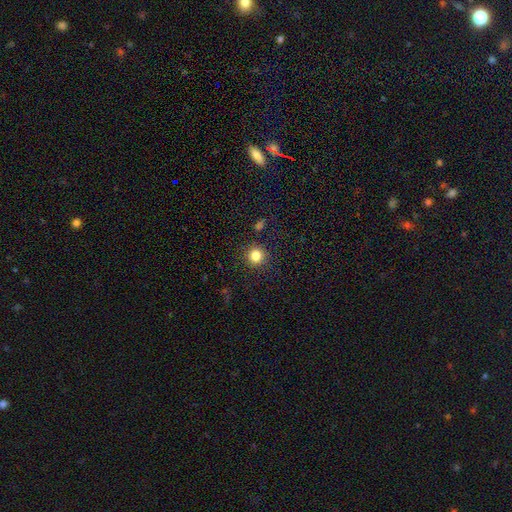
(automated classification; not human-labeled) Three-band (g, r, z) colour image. It shows a smooth galaxy with no disk features (82%) that is round (91%). Merging: none (88%).